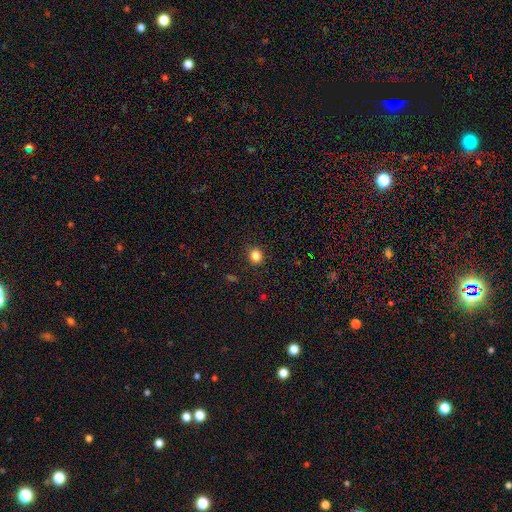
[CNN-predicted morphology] The model was most divided on "how rounded": round: 81%, in between: 18%, cigar-shaped: 1%. More confident: merging — none (90%); smooth or featured — smooth (84%).